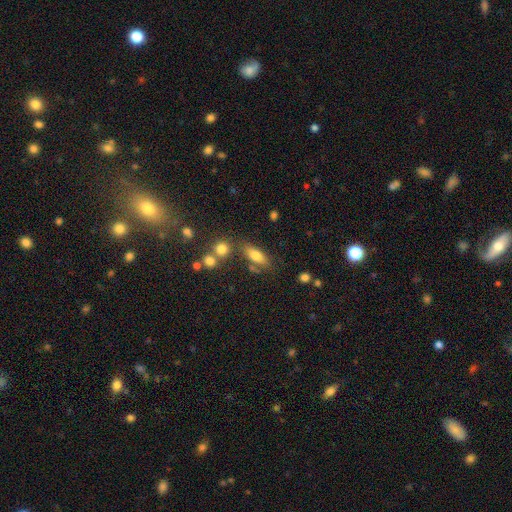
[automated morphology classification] A smooth galaxy with no disk features (77%) that is in between round and cigar-shaped (73%).

Vote fractions:
- Smooth or featured? smooth: 77% / featured or disk: 14% / star or artifact: 9%
- How rounded? in between: 73% / cigar-shaped: 22% / round: 5%
- Merging? none: 66% / minor disturbance: 15% / merger: 13% / major disturbance: 6%